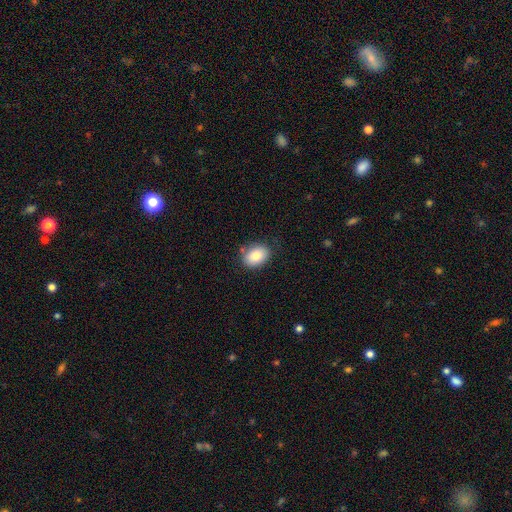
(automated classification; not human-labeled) Smooth or featured? Predicted: smooth (p=0.84). How rounded? Predicted: in between (p=0.71). Merging? Predicted: none (p=0.80).